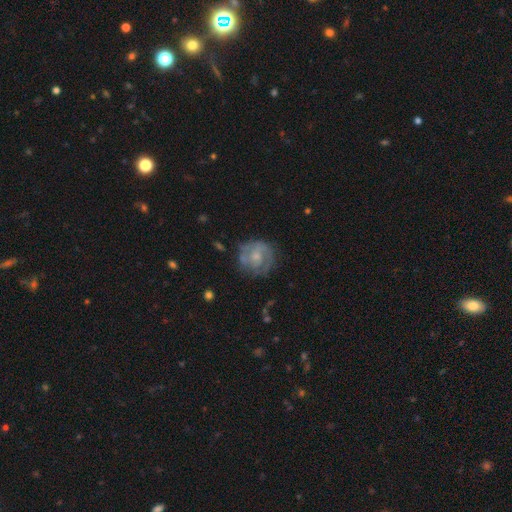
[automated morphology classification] Smooth or featured: featured or disk — 66% (smooth — 27%)
Edge-on disk: no — 98% (yes — 2%)
Bar: no — 64% (weak — 31%)
Spiral arms: yes — 80% (no — 20%)
Spiral winding: tight — 46% (medium — 39%)
Spiral arm count: 2 — 51% (can't tell — 27%)
Bulge size: small — 56% (moderate — 32%)
Merging: none — 66% (minor disturbance — 20%)